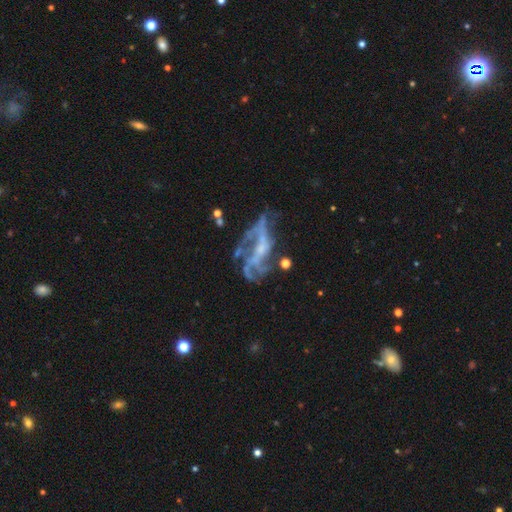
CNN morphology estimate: This appears to be a featured or disk galaxy (74%) with no bar (47%), spiral arms (71%) and a small central bulge (49%). Merging: none (38%).